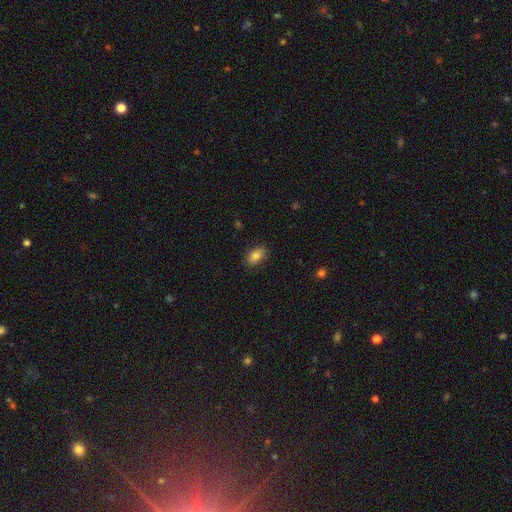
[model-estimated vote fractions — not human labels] This appears to be a smooth galaxy with no disk features (82%) that is in between round and cigar-shaped (89%). Merging: none (86%).